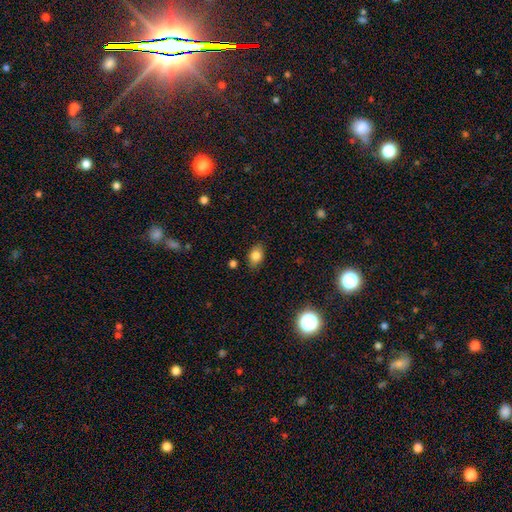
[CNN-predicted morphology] This is clearly a smooth galaxy (81%). How rounded: clearly in between (83%). Merging: clearly none (84%).